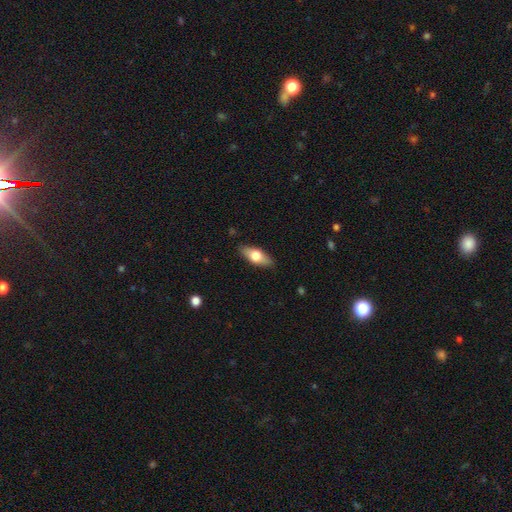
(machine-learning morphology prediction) This appears to be a smooth galaxy with no disk features (63%) that is in between round and cigar-shaped (78%). Merging: none (86%).